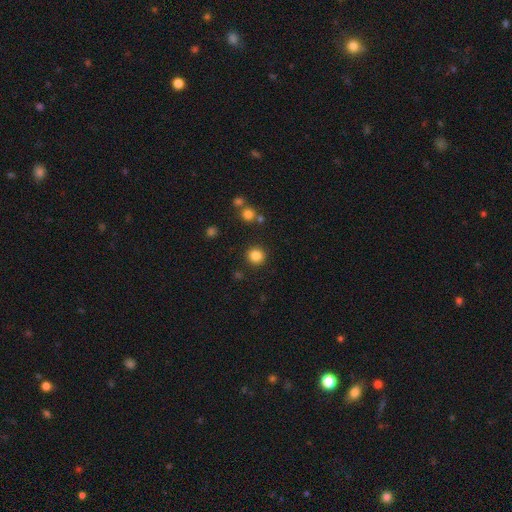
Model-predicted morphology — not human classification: Overall: smooth (84%). How rounded: round (93%). Merging: none (90%).